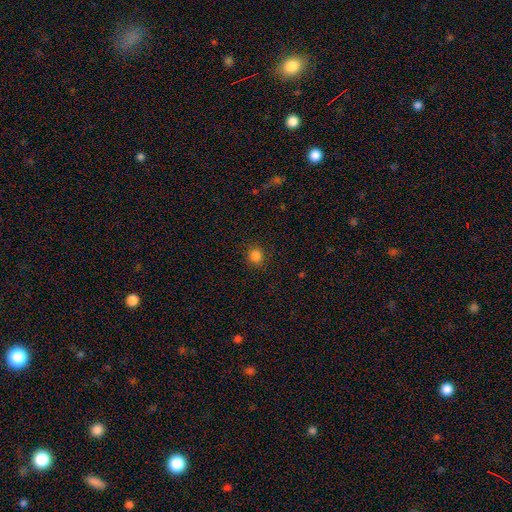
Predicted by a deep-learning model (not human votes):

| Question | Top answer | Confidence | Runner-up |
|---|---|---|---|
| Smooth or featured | smooth | 84% | star or artifact (13%) |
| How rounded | round | 85% | in between (14%) |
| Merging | none | 88% | minor disturbance (8%) |